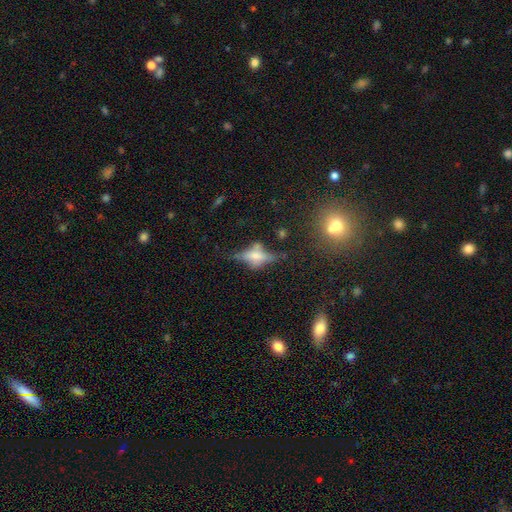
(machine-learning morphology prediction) featured or disk 58%, smooth 27%, star or artifact 15%. Down the decision tree: edge-on disk — yes (82%); merging — none (56%).